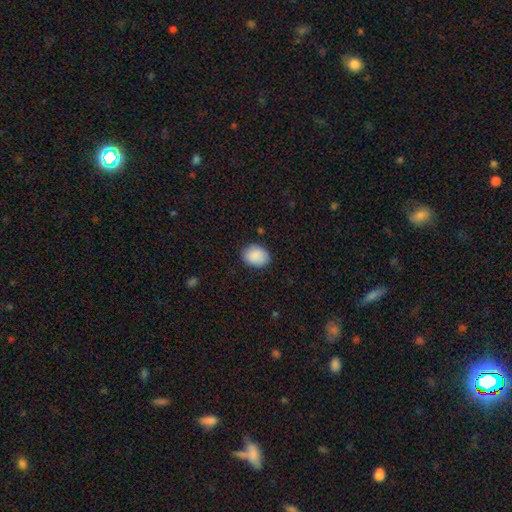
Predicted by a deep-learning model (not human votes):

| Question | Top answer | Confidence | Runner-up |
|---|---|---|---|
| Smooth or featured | smooth | 90% | star or artifact (7%) |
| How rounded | in between | 64% | round (35%) |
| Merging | none | 85% | minor disturbance (11%) |